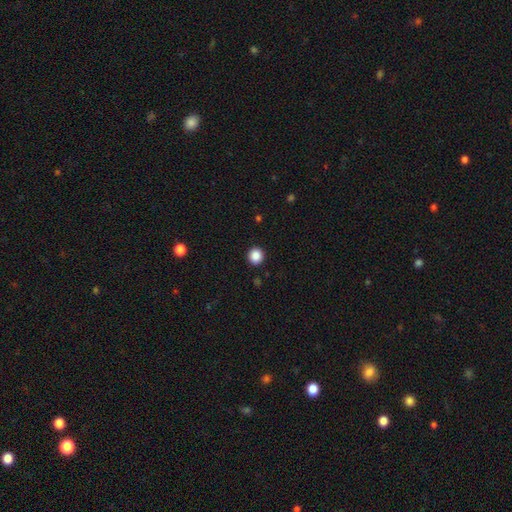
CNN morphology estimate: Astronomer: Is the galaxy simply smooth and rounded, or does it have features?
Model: smooth — 87%.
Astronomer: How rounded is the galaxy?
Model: round — 90%.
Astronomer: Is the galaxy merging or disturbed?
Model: none — 92%.